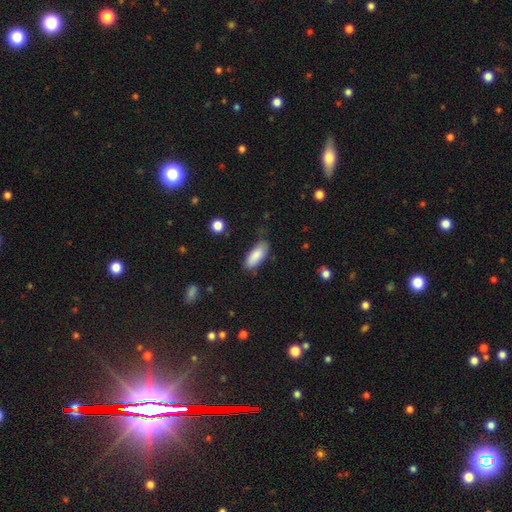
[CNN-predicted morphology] Smooth or featured? smooth (85%)
How rounded? in between (80%)
Merging? none (71%)